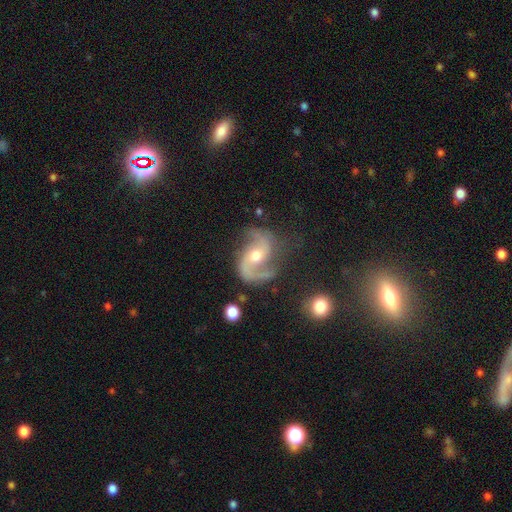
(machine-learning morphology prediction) A featured or disk galaxy (90%) with no bar (53%), 2 (92%) medium (46%) spiral arms (98%) and a moderate central bulge (65%). Merging: none (71%).